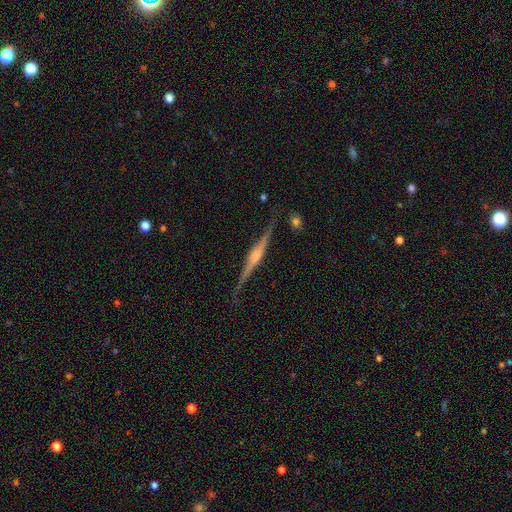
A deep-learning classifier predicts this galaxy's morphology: Smooth or featured? featured or disk (86%)
Edge-on disk? yes (98%)
Edge-on bulge? rounded (84%)
Merging? none (85%)